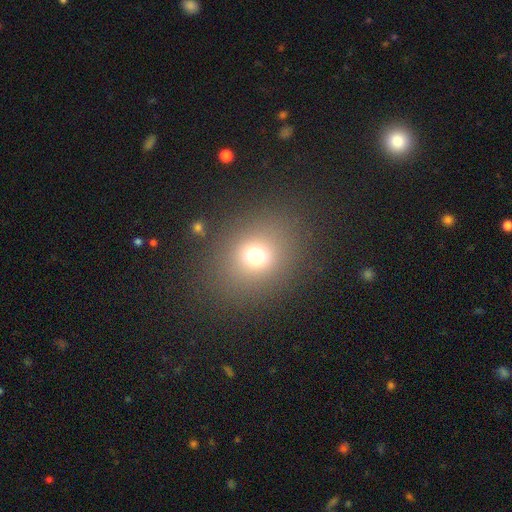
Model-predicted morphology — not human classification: Smooth or featured? smooth (70%)
How rounded? round (71%)
Merging? none (83%)